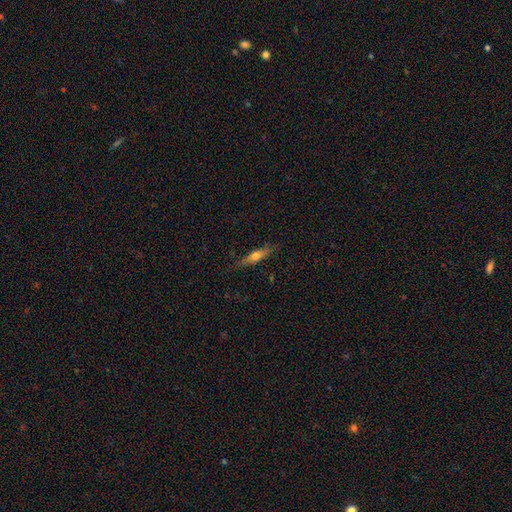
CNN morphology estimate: Q: Smooth or featured?
A: smooth (56%); runner-up: featured or disk (37%)
Q: How rounded?
A: cigar-shaped (68%); runner-up: in between (29%)
Q: Merging?
A: none (78%); runner-up: minor disturbance (17%)